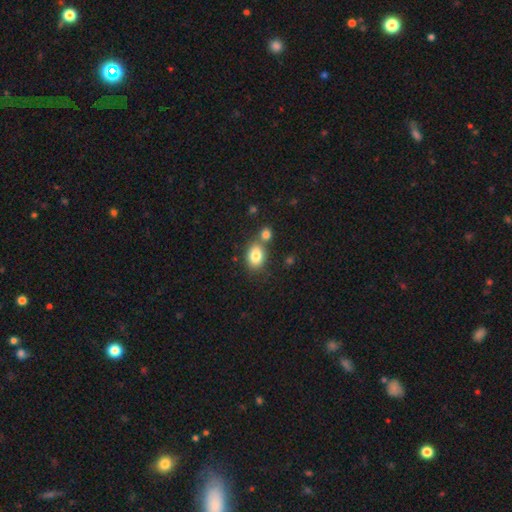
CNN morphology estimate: Overall: smooth (82%). How rounded: in between (72%). Merging: none (59%; merger 27%).